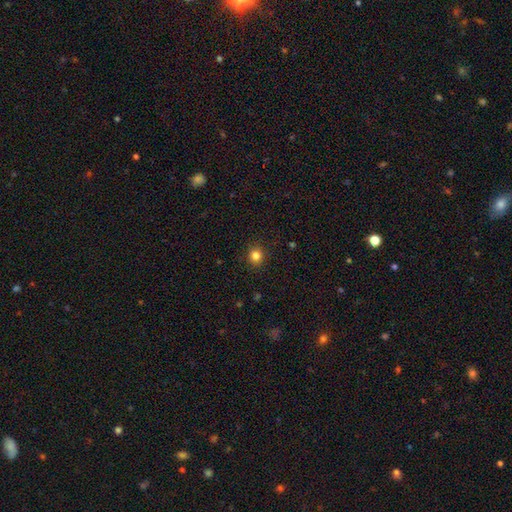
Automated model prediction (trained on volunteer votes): A smooth galaxy with no disk features (83%) that is round (86%). Merging: none (91%).